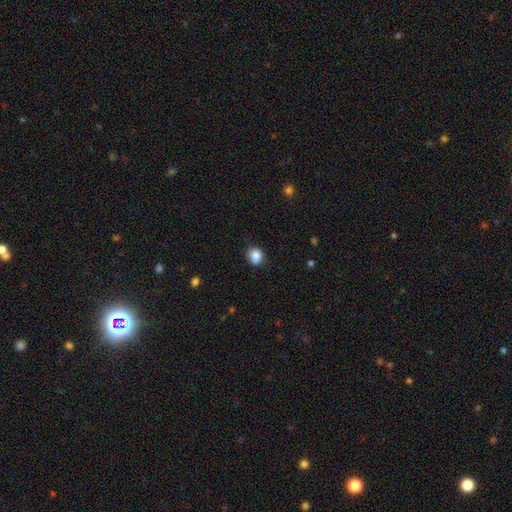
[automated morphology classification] Smooth or featured? Predicted: smooth (p=0.86). How rounded? Predicted: round (p=0.71). Merging? Predicted: none (p=0.80).